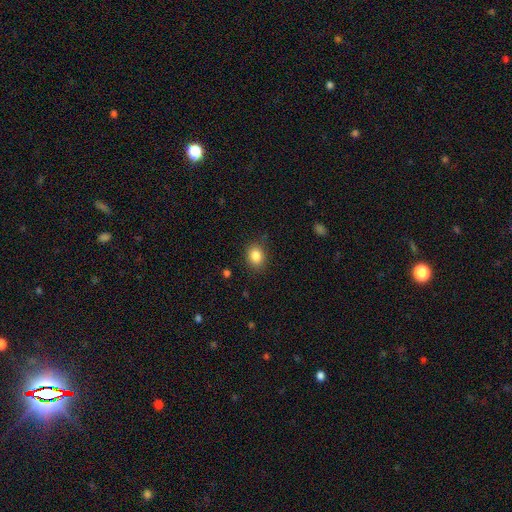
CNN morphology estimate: smooth_or_featured: smooth (p=0.85) [alt: star or artifact p=0.10]
how_rounded: round (p=0.51) [alt: in between p=0.48]
merging: none (p=0.84) [alt: minor disturbance p=0.12]